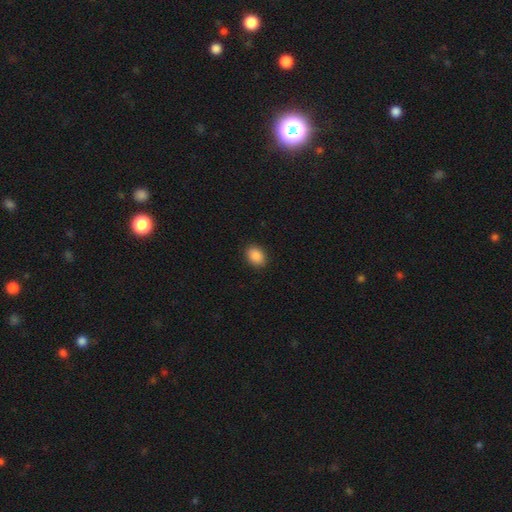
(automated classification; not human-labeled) Morphology: type=smooth (89%); roundness=in between (68%); merging=none (90%).